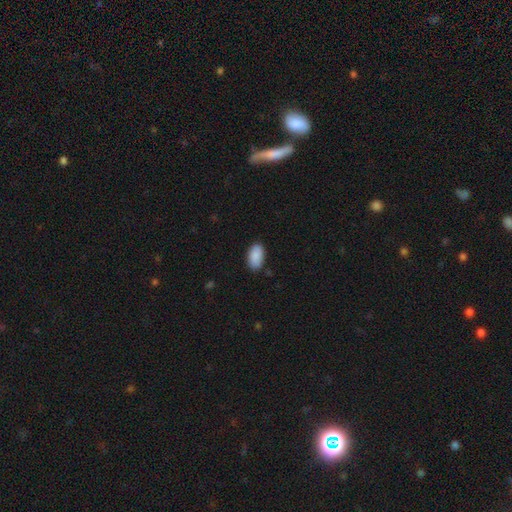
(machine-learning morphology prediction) Overall: smooth (90%). How rounded: in between (94%). Merging: none (83%).